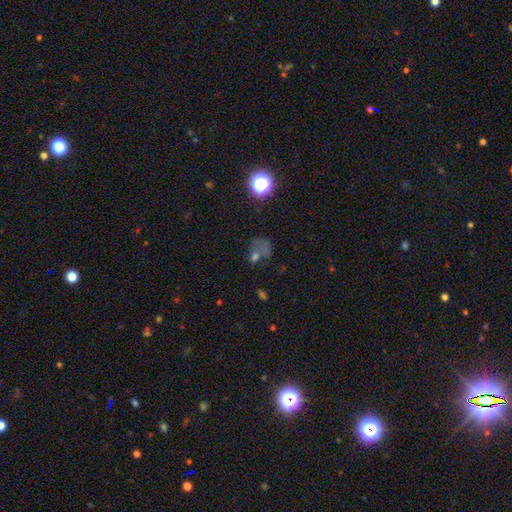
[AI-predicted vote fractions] This is possibly a smooth galaxy (45%). Merging: marginally none (39%).